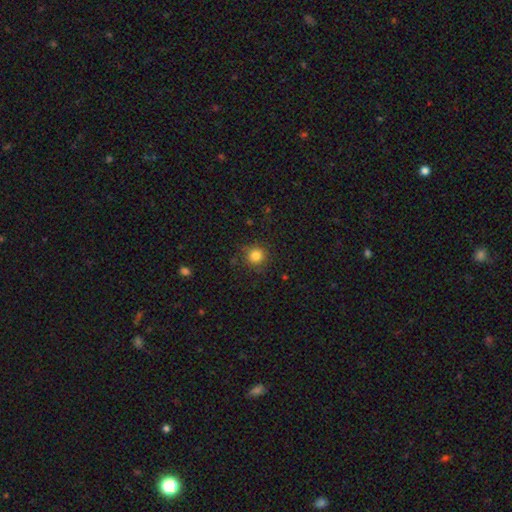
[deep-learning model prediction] Smooth or featured? smooth (83%)
How rounded? round (93%)
Merging? none (85%)